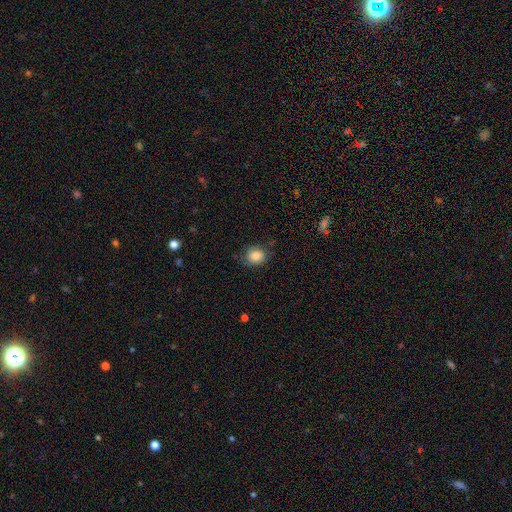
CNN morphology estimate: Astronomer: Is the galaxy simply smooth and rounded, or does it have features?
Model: smooth — 85%.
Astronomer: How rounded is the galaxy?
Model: round — 72%.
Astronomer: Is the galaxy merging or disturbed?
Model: none — 77%.